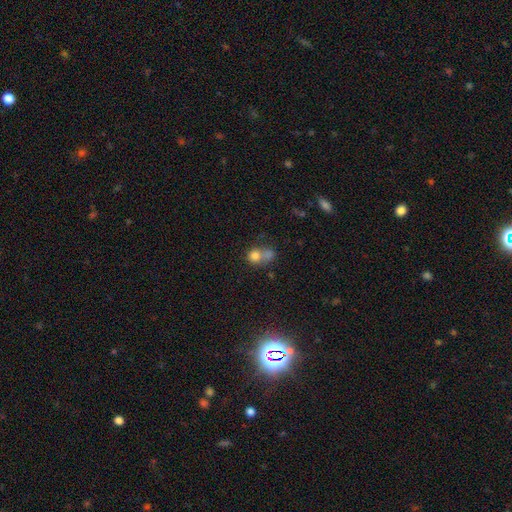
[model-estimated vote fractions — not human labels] A smooth galaxy with no disk features (75%) that is round (76%).

Vote fractions:
- Smooth or featured? smooth: 75% / featured or disk: 13% / star or artifact: 12%
- How rounded? round: 76% / in between: 23% / cigar-shaped: 1%
- Merging? merger: 56% / none: 29% / minor disturbance: 9% / major disturbance: 6%